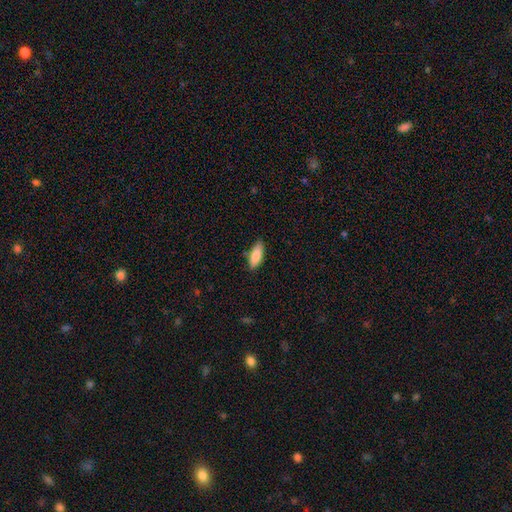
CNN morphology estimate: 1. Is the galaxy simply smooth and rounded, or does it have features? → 85% smooth, 9% featured or disk, 6% star or artifact.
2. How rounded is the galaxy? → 74% in between, 24% cigar-shaped, 2% round.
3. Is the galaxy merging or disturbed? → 81% none, 14% minor disturbance, 2% major disturbance, 2% merger.